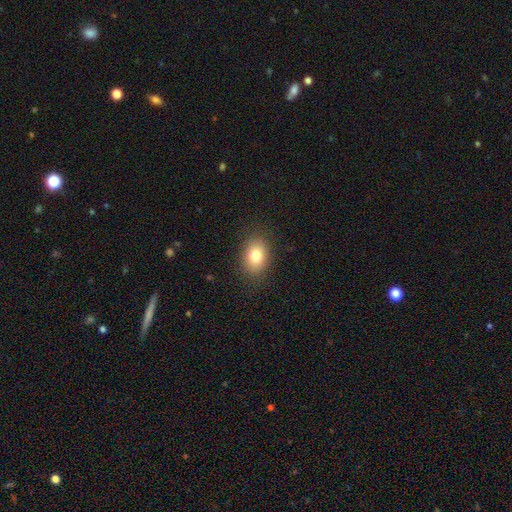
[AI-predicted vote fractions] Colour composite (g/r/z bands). It shows a smooth galaxy with no disk features (81%) that is in between round and cigar-shaped (78%). Merging: none (86%).